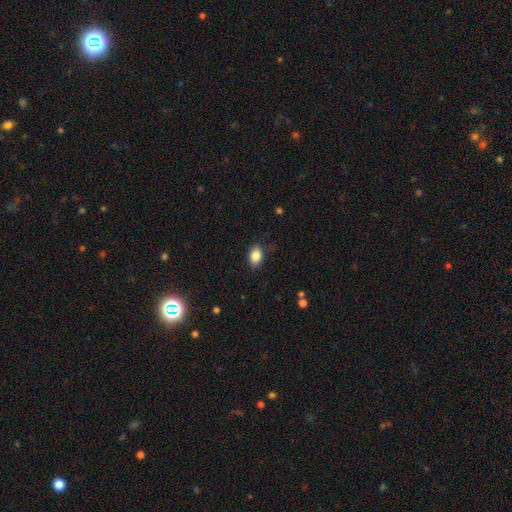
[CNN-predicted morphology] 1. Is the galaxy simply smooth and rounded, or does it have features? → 85% smooth, 9% star or artifact, 6% featured or disk.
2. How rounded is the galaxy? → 80% in between, 19% round, 1% cigar-shaped.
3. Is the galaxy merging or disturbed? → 82% none, 14% minor disturbance, 3% major disturbance, 1% merger.